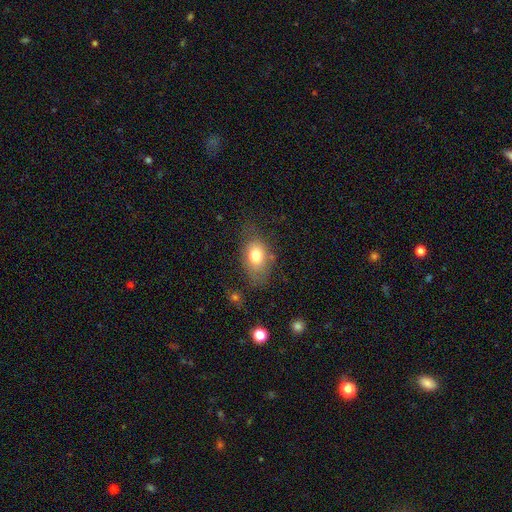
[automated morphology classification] smooth_or_featured: smooth (p=0.75) [alt: featured or disk p=0.16]
how_rounded: in between (p=0.82) [alt: round p=0.16]
merging: none (p=0.63) [alt: minor disturbance p=0.24]